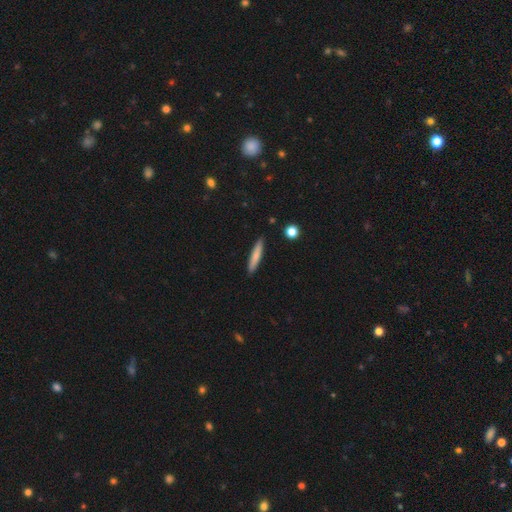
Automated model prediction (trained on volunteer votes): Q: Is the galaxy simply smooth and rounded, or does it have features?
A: smooth — 76%.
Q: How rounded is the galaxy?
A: cigar-shaped — 92%.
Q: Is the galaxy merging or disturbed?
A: none — 89%.